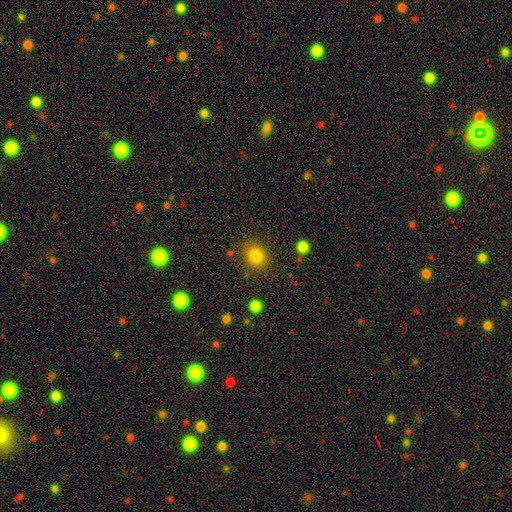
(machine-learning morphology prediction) Smooth or featured? smooth (83%)
How rounded? round (63%)
Merging? none (84%)